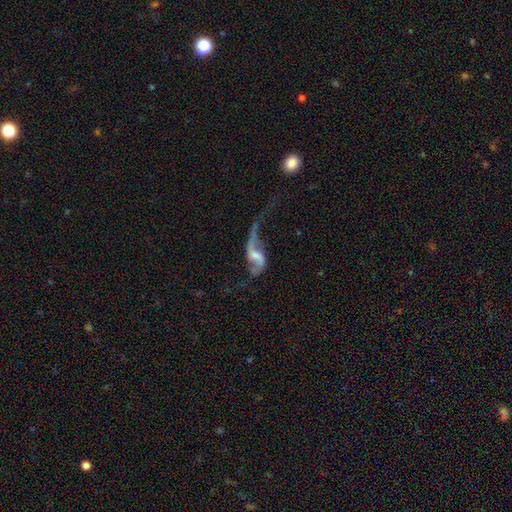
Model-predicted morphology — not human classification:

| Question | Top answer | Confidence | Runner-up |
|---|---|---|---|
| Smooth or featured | featured or disk | 85% | smooth (9%) |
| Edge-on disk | no | 96% | yes (4%) |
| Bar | weak | 48% | no (28%) |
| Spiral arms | yes | 91% | no (9%) |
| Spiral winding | loose | 90% | medium (7%) |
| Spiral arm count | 2 | 89% | 1 (6%) |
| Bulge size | small | 33% | tied: moderate (33%) |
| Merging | none | 38% | major disturbance (36%) |